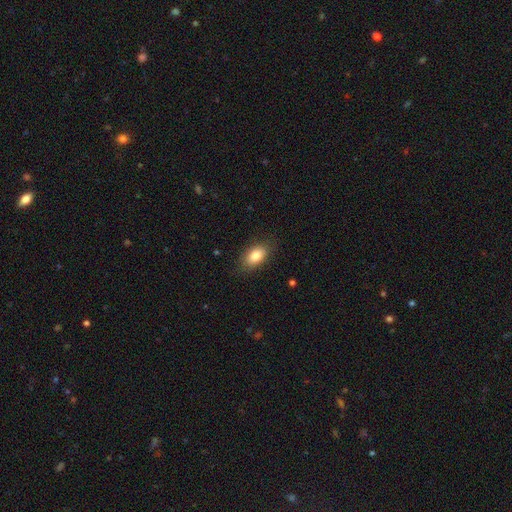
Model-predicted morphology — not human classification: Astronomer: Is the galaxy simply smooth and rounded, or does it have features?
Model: smooth — 84%.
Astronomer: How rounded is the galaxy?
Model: in between — 89%.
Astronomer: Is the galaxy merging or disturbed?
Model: none — 83%.